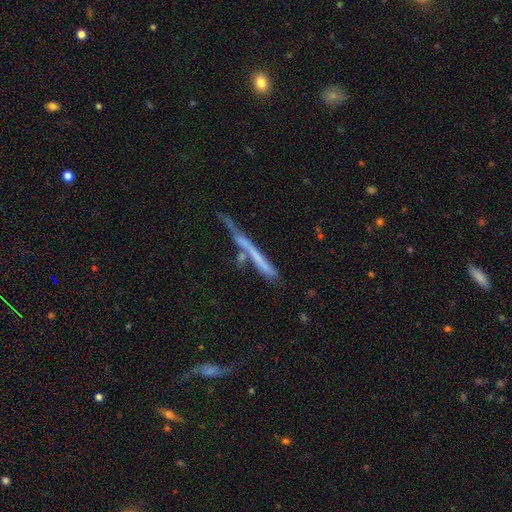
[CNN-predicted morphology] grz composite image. It shows a featured or disk galaxy (52%) viewed edge-on (87%). Merging: none (51%).